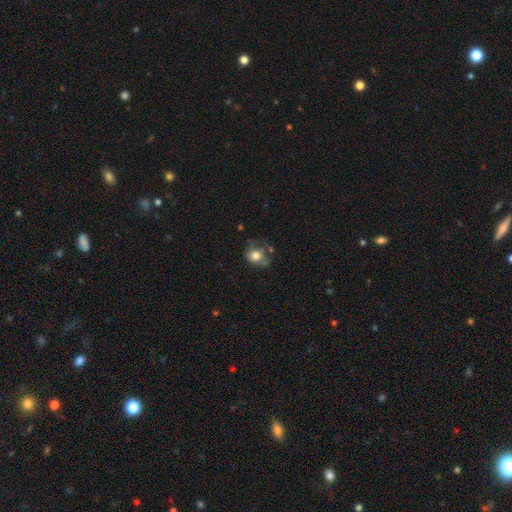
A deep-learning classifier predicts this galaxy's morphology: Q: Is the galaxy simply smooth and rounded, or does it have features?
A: smooth — 67%.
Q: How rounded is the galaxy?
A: round — 53%.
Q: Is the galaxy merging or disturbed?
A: none — 35%.